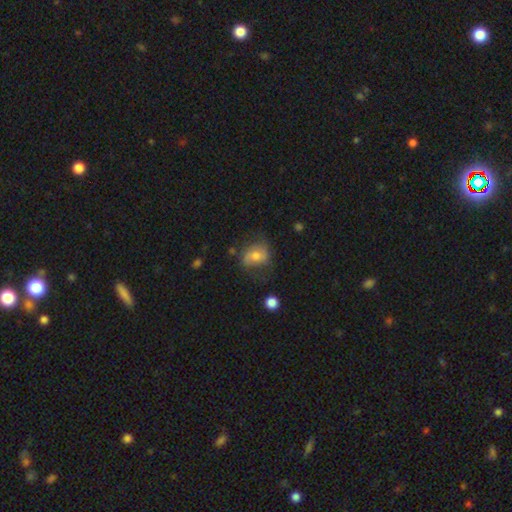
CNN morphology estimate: This appears to be a smooth galaxy with no disk features (51%) that is in between round and cigar-shaped (58%). Merging: none (55%).